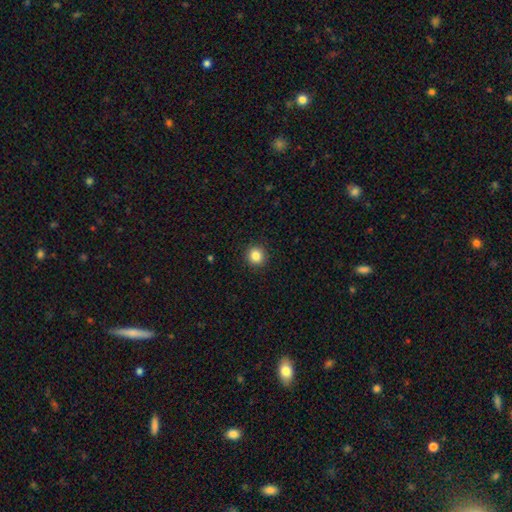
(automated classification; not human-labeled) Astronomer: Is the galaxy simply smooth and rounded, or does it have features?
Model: smooth — 85%.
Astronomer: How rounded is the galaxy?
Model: round — 93%.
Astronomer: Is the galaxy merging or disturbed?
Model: none — 92%.